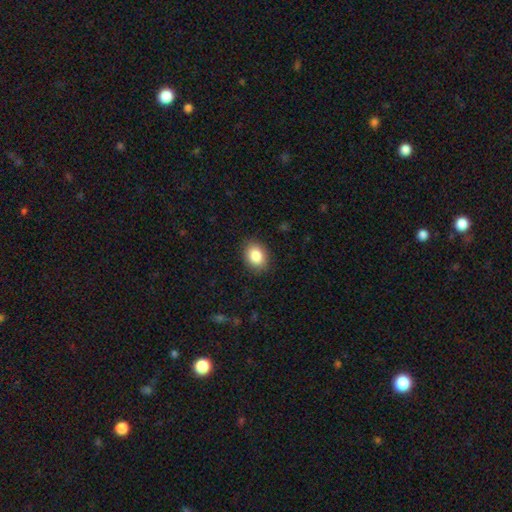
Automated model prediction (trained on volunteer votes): smooth 86%, star or artifact 8%, featured or disk 6%. Down the decision tree: how rounded — in between (60%); merging — none (88%).